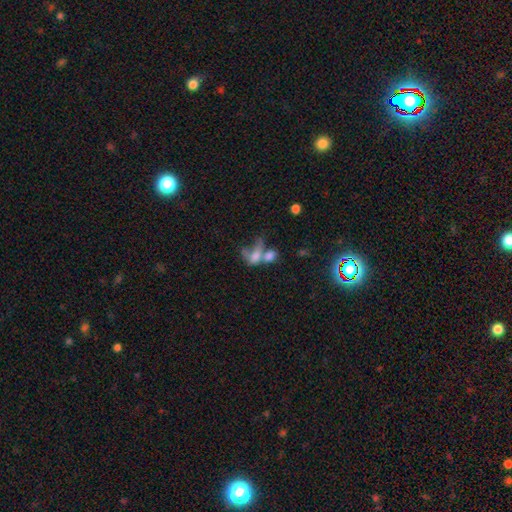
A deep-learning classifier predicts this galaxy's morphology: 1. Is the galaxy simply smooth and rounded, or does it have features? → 58% smooth, 28% featured or disk, 13% star or artifact.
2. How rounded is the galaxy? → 77% in between, 17% round, 6% cigar-shaped.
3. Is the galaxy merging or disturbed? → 61% merger, 18% major disturbance, 13% none, 8% minor disturbance.